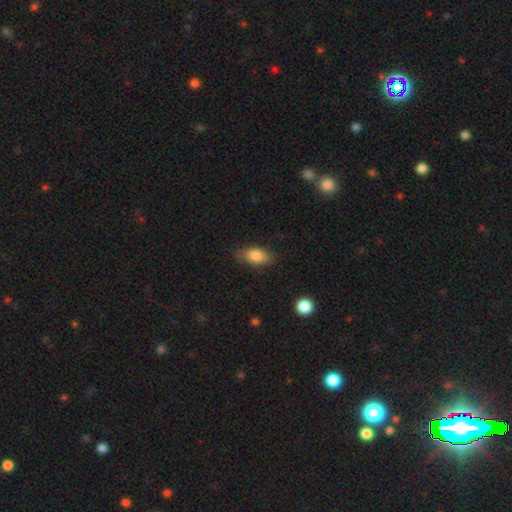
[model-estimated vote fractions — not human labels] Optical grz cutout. It shows a smooth galaxy with no disk features (82%) that is in between round and cigar-shaped (87%). Merging: none (75%).